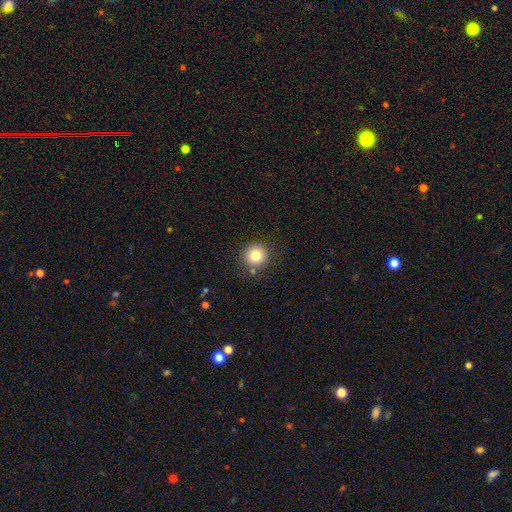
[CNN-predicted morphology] Q: Smooth or featured?
A: smooth (81%); runner-up: star or artifact (11%)
Q: How rounded?
A: round (94%); runner-up: in between (5%)
Q: Merging?
A: none (83%); runner-up: minor disturbance (9%)